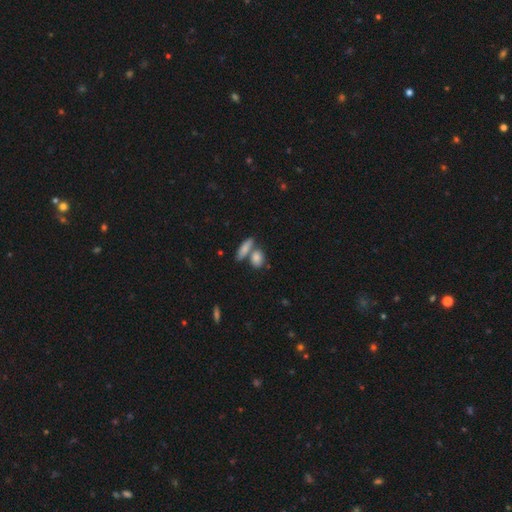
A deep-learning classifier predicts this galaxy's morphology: The model was most divided on "merging": none: 50%, merger: 37%, minor disturbance: 10%, major disturbance: 4%. More confident: smooth or featured — smooth (74%); how rounded — in between (56%).